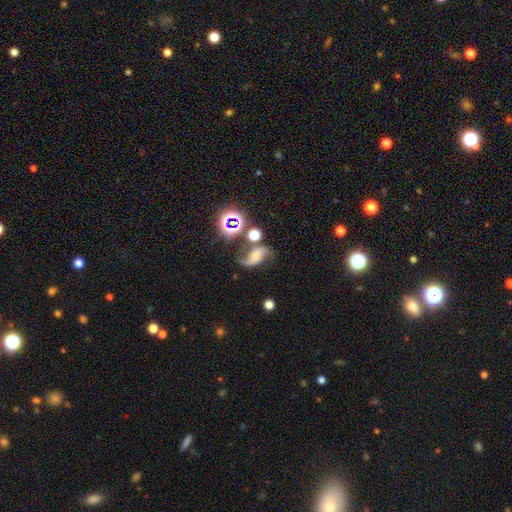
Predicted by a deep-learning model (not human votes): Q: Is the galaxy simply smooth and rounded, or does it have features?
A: featured or disk — 74%.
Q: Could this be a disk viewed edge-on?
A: no — 96%.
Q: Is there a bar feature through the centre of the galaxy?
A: no — 52%.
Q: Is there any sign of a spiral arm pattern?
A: yes — 95%.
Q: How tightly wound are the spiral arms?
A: loose — 76%.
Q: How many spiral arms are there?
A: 2 — 91%.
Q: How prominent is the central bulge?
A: moderate — 43%.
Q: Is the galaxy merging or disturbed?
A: none — 64%.